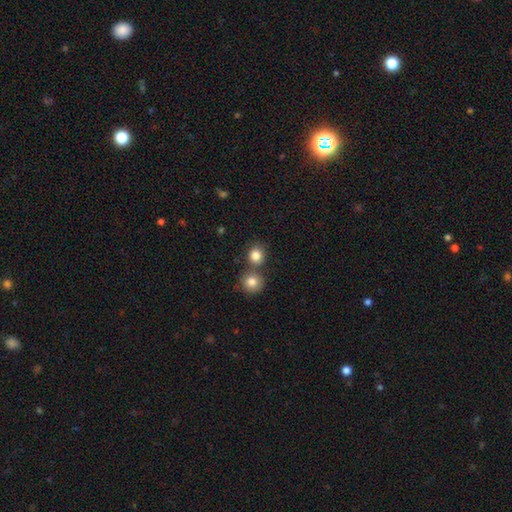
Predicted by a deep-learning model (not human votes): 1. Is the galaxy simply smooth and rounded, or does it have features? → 83% smooth, 11% star or artifact, 7% featured or disk.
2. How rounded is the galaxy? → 82% round, 17% in between, 1% cigar-shaped.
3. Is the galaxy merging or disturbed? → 62% none, 28% merger, 8% minor disturbance, 3% major disturbance.